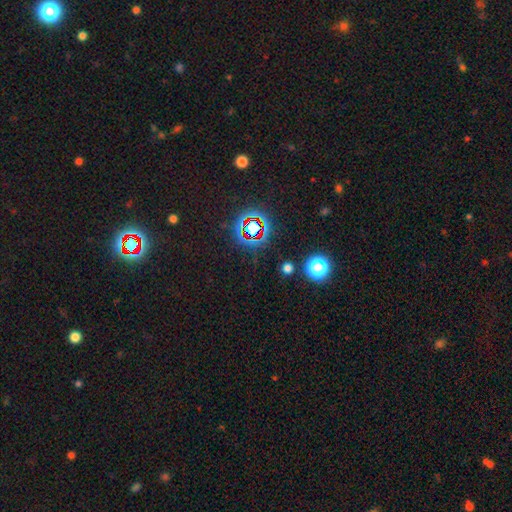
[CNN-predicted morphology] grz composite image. It shows a star or artifact, not a galaxy (75%).